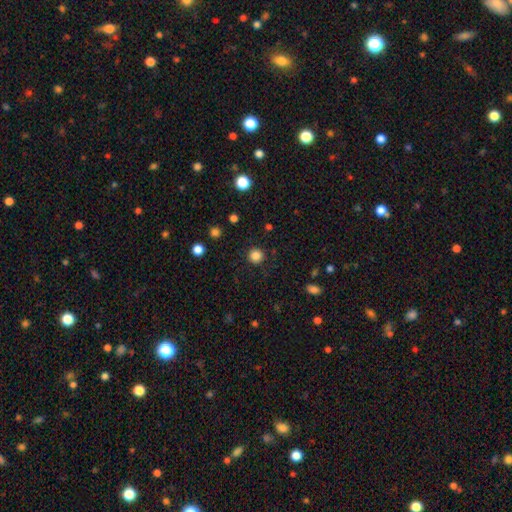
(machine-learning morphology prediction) smooth_or_featured: smooth (p=0.84) [alt: star or artifact p=0.12]
how_rounded: round (p=0.95) [alt: in between p=0.04]
merging: none (p=0.90) [alt: minor disturbance p=0.06]